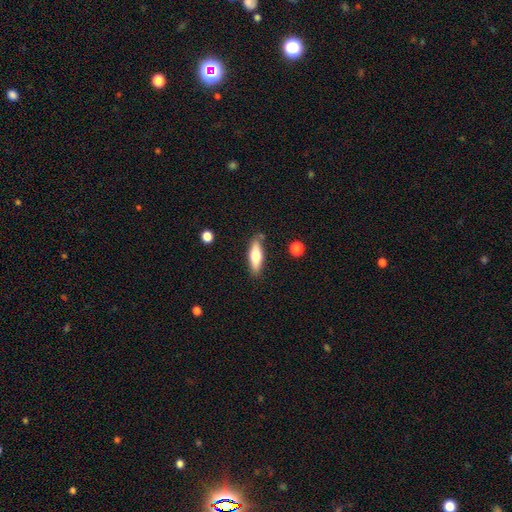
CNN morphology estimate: Q: Smooth or featured?
A: smooth (63%); runner-up: featured or disk (31%)
Q: How rounded?
A: cigar-shaped (51%); runner-up: in between (46%)
Q: Merging?
A: none (80%); runner-up: minor disturbance (13%)